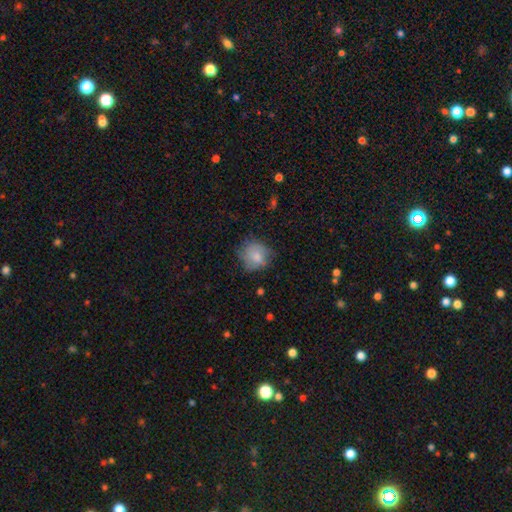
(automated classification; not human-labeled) Overall: smooth (71%). How rounded: round (76%). Merging: none (61%; minor disturbance 28%).